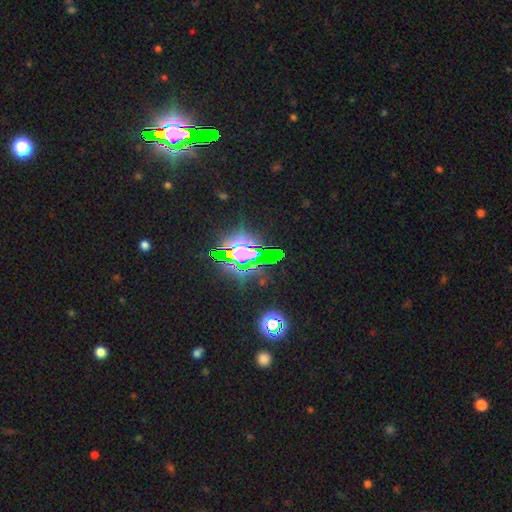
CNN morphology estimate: star or artifact 76%, smooth 12%, featured or disk 12%.